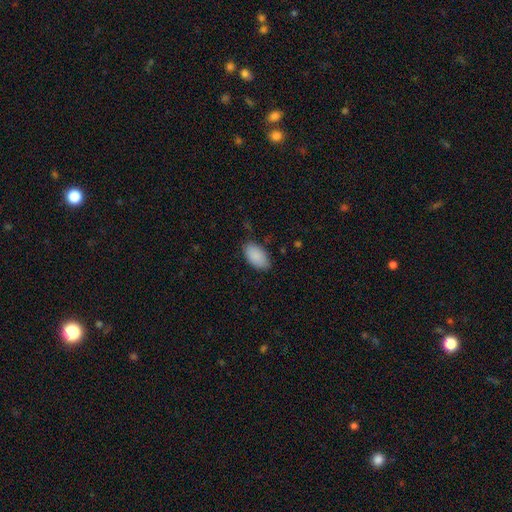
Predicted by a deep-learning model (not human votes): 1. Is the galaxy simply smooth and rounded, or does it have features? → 90% smooth, 6% star or artifact, 4% featured or disk.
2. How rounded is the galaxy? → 95% in between, 3% round, 2% cigar-shaped.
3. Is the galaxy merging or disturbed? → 81% none, 15% minor disturbance, 3% major disturbance, 1% merger.